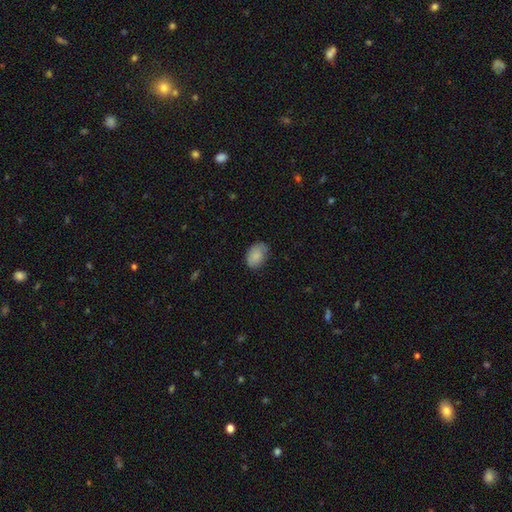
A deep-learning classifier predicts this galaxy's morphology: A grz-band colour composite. It shows a smooth galaxy with no disk features (86%) that is in between round and cigar-shaped (86%). Merging: none (74%).